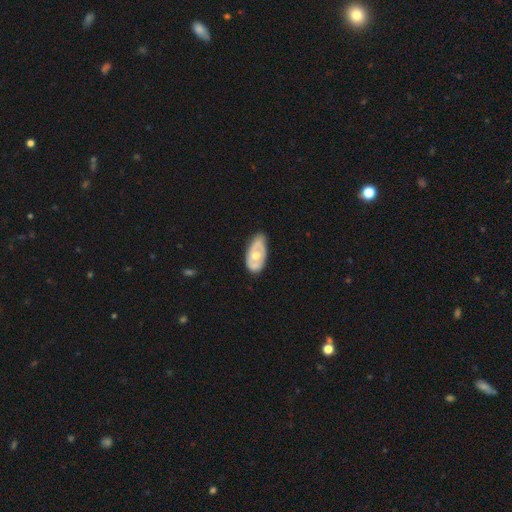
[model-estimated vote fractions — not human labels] Smooth or featured: featured or disk — 58% (smooth — 36%)
Edge-on disk: no — 88% (yes — 12%)
Bar: no — 86% (weak — 11%)
Spiral arms: no — 71% (yes — 29%)
Bulge size: moderate — 76% (small — 14%)
Merging: none — 67% (minor disturbance — 25%)